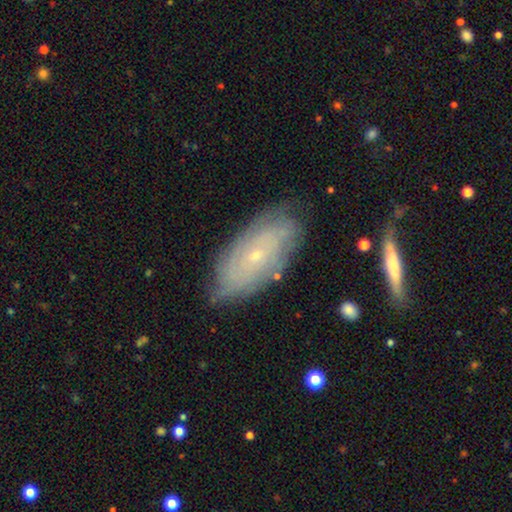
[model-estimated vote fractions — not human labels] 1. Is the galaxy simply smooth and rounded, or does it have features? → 65% featured or disk, 27% smooth, 8% star or artifact.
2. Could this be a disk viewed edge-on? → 87% no, 13% yes.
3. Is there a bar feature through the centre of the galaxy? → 81% no, 15% weak, 3% strong.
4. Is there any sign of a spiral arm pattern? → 77% yes, 23% no.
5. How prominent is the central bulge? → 85% small, 12% moderate, 1% none, 1% large, 1% dominant.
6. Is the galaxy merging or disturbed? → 77% none, 17% minor disturbance, 4% major disturbance, 2% merger.